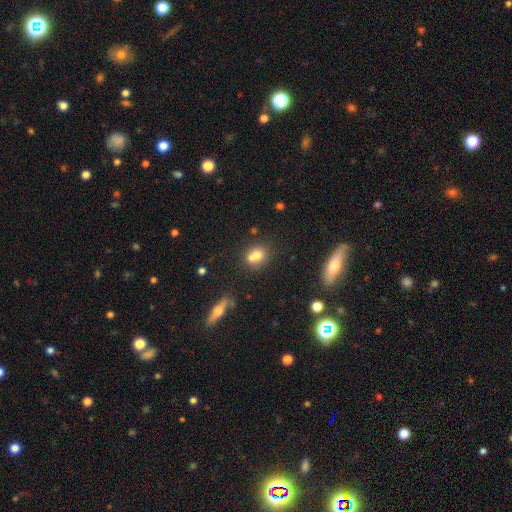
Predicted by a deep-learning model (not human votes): The model was most divided on "merging": merger: 43%, none: 41%, minor disturbance: 12%, major disturbance: 4%. More confident: smooth or featured — smooth (71%); how rounded — round (60%).